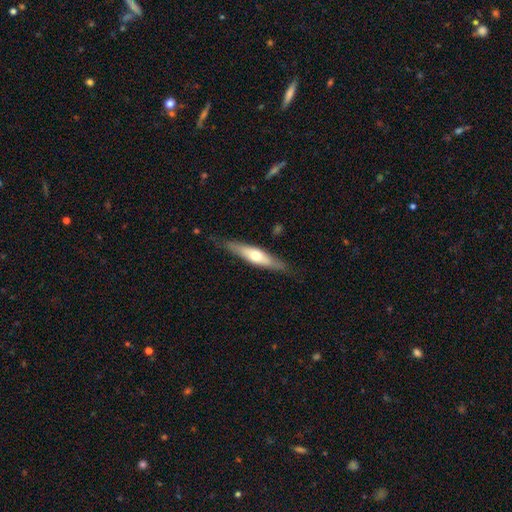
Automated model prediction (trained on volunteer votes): smooth-or-featured: featured or disk: 50% | smooth: 45% | star or artifact: 5%
  merging: none: 81% | minor disturbance: 15% | major disturbance: 3% | merger: 1%